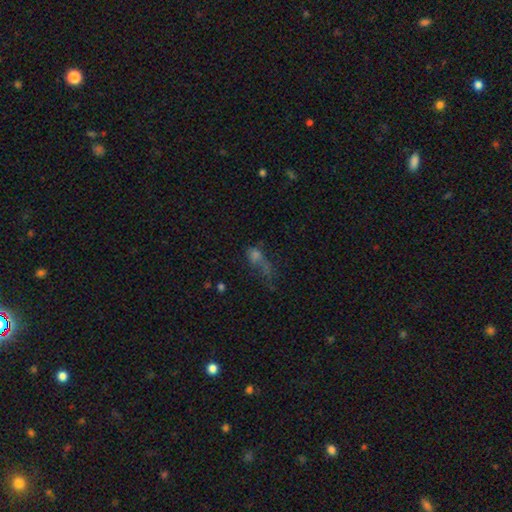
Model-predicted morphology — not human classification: Smooth or featured? Predicted: smooth (p=0.50). Merging? Predicted: major disturbance (p=0.41).